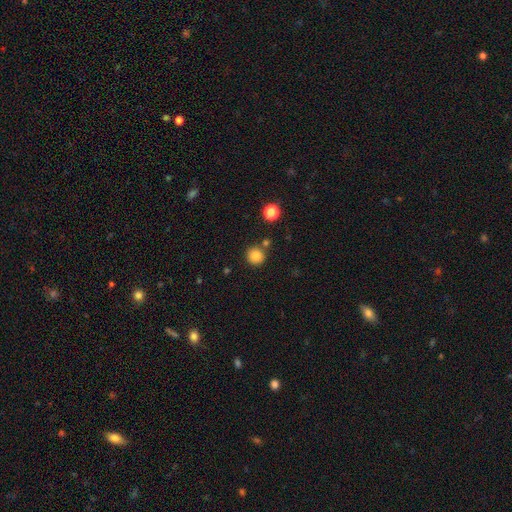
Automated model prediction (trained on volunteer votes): smooth 84%, star or artifact 11%, featured or disk 5%. Down the decision tree: how rounded — round (93%); merging — none (80%).